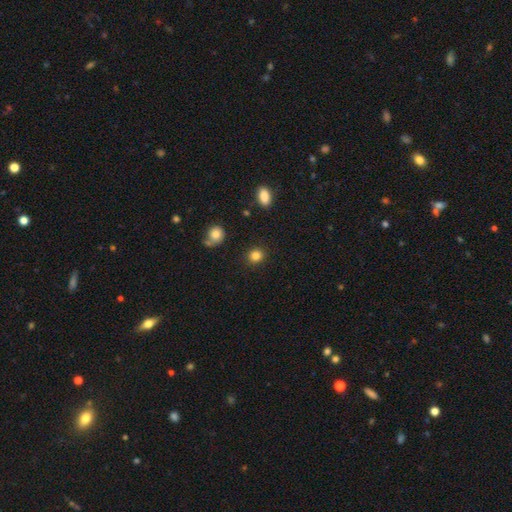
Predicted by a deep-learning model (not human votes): A smooth galaxy with no disk features (85%) that is round (83%).

Vote fractions:
- Smooth or featured? smooth: 85% / star or artifact: 11% / featured or disk: 5%
- How rounded? round: 83% / in between: 16% / cigar-shaped: 1%
- Merging? none: 88% / minor disturbance: 7% / major disturbance: 3% / merger: 2%